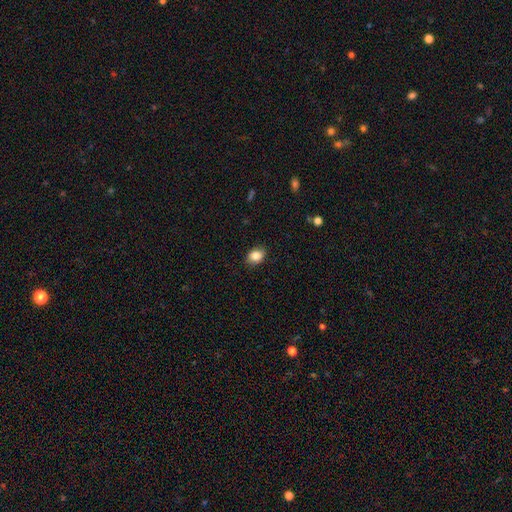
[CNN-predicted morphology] smooth-or-featured: smooth: 85% | star or artifact: 8% | featured or disk: 6%
  how-rounded: in between: 70% | round: 29% | cigar-shaped: 1%
  merging: none: 87% | minor disturbance: 10% | major disturbance: 2% | merger: 1%